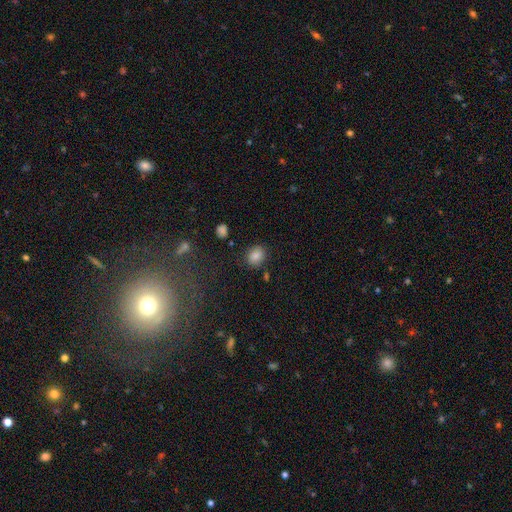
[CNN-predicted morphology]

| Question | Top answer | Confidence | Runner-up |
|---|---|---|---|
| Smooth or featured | smooth | 85% | star or artifact (10%) |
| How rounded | round | 60% | in between (39%) |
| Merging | none | 83% | minor disturbance (10%) |